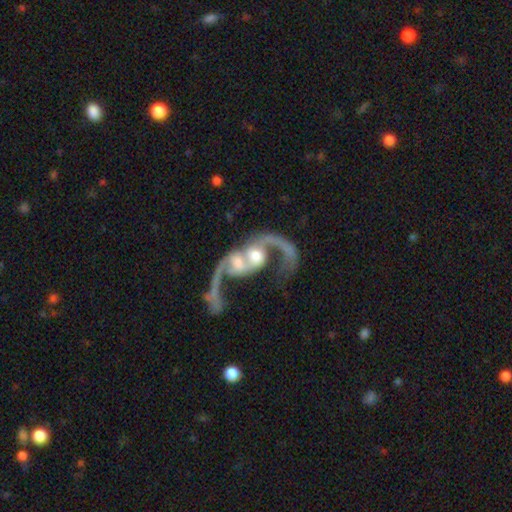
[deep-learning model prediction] A featured or disk galaxy (81%) with no bar (60%), 2 (74%) loose (79%) spiral arms (87%) and a moderate central bulge (56%). Merging: merger (70%).